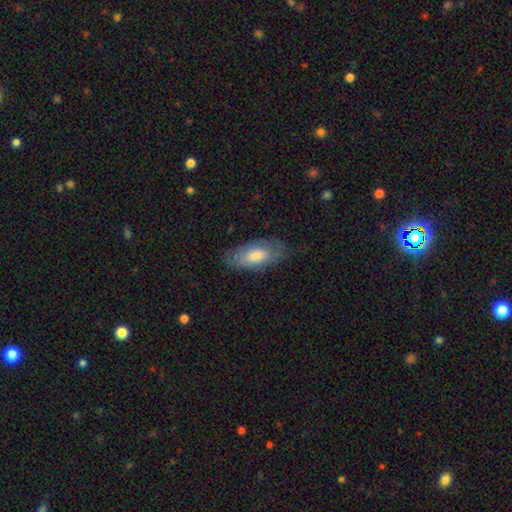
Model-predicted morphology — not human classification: This is likely a smooth galaxy (71%). How rounded: clearly in between (84%). Merging: likely none (72%).